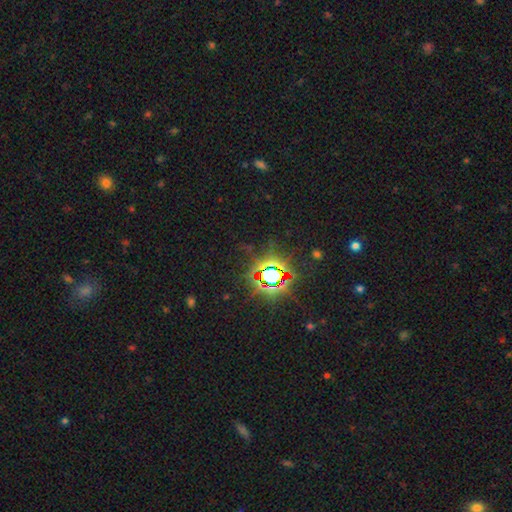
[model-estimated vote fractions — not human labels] This appears to be a star or artifact, not a galaxy (81%).